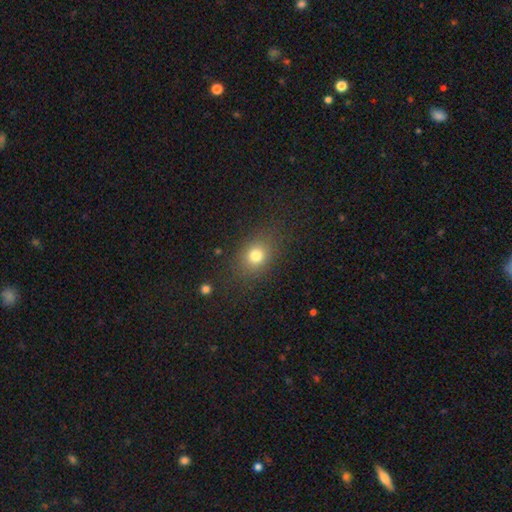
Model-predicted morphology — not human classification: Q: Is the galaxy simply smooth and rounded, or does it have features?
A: smooth — 78%.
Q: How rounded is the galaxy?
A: round — 54%.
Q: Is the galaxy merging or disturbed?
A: none — 82%.